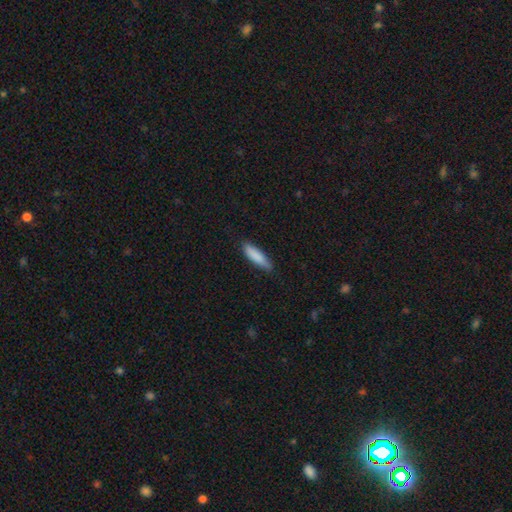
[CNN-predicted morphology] Smooth or featured?
  - smooth: 86% *
  - featured or disk: 8%
  - star or artifact: 6%
How rounded?
  - cigar-shaped: 65% *
  - in between: 33%
  - round: 1%
Merging?
  - none: 79% *
  - minor disturbance: 18%
  - major disturbance: 3%
  - merger: 1%